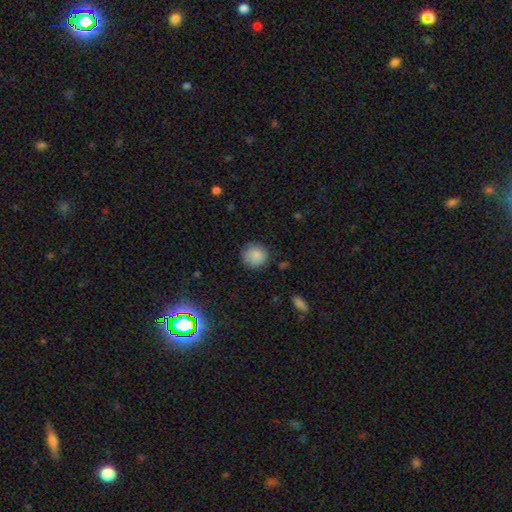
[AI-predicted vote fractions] Morphology: type=smooth (85%); roundness=round (89%); merging=none (83%).